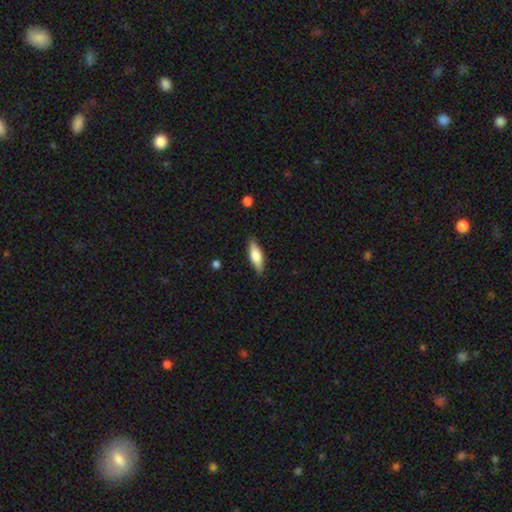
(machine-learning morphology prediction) A smooth galaxy with no disk features (71%) that is in between round and cigar-shaped (60%).

Vote fractions:
- Smooth or featured? smooth: 71% / featured or disk: 23% / star or artifact: 6%
- How rounded? in between: 60% / cigar-shaped: 38% / round: 2%
- Merging? none: 86% / minor disturbance: 11% / major disturbance: 2% / merger: 1%